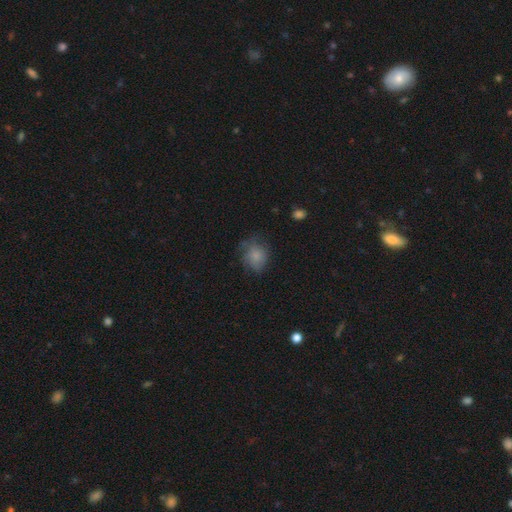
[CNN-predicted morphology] type=smooth (76%); roundness=round (66%); merging=none (58%).